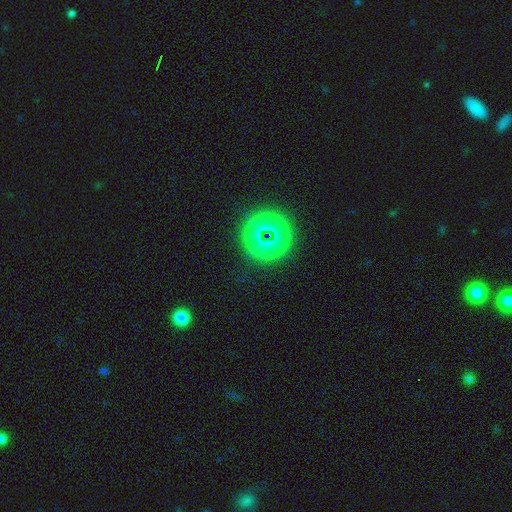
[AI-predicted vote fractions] Q: Smooth or featured?
A: star or artifact (80%); runner-up: smooth (14%)